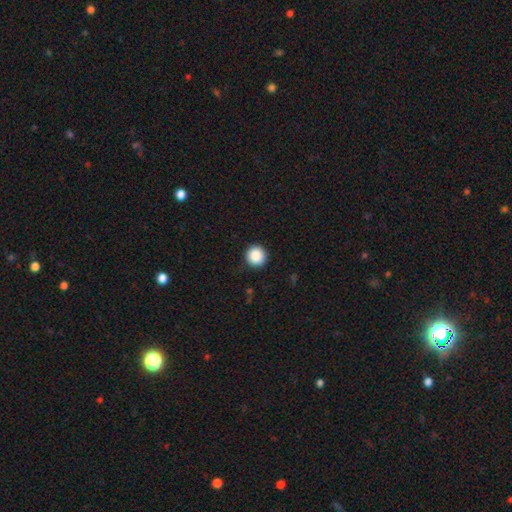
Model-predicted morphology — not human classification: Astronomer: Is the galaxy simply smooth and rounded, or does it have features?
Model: smooth — 88%.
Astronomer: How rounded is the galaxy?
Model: round — 96%.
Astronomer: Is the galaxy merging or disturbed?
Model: none — 92%.